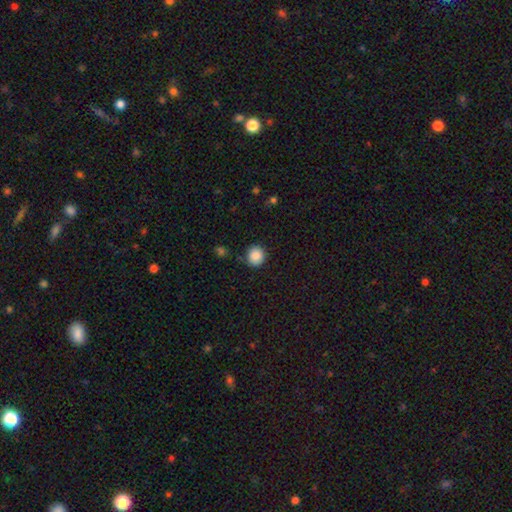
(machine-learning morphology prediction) Overall: smooth (87%). How rounded: round (89%). Merging: none (85%).